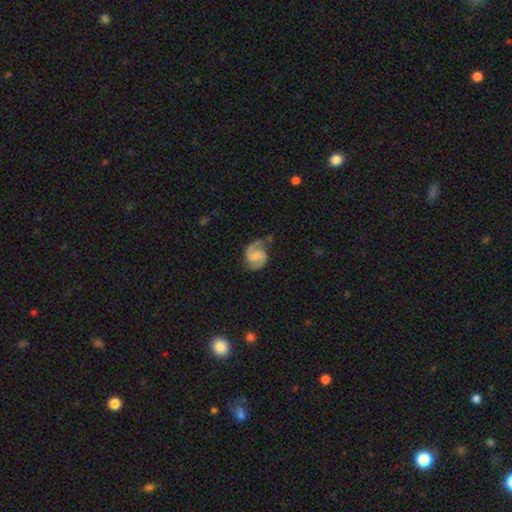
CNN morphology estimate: featured or disk 84%, smooth 10%, star or artifact 5%. Down the decision tree: edge-on disk — no (98%); bar — weak (51%); spiral arms — yes (97%); spiral arm count — 2 (92%); spiral winding — medium (55%); bulge size — none (41%); merging — none (73%).